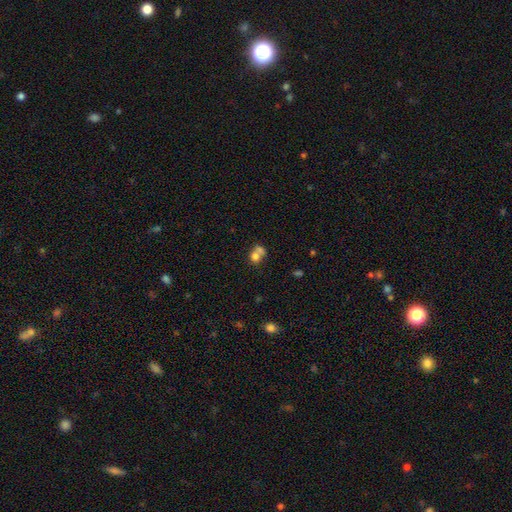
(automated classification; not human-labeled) Overall: smooth (73%). How rounded: round (63%; in between 36%). Merging: merger (60%; none 27%).